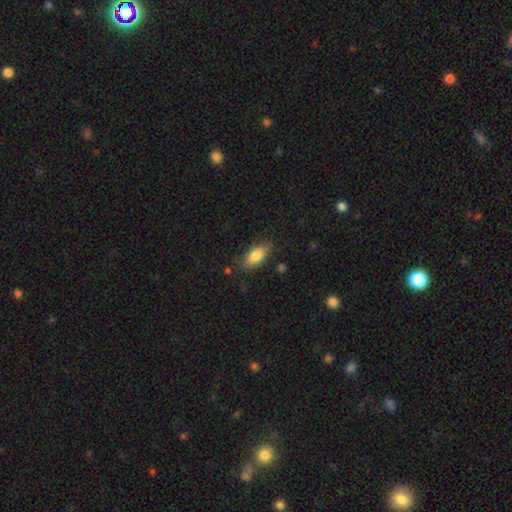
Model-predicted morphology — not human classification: smooth 81%, featured or disk 12%, star or artifact 7%. Down the decision tree: how rounded — in between (88%); merging — none (76%).